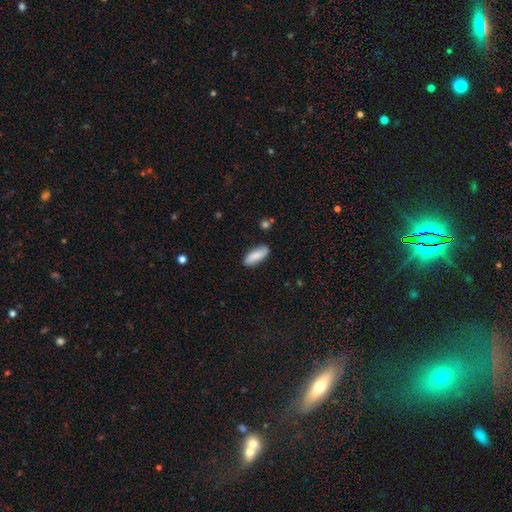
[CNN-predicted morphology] A smooth galaxy with no disk features (84%) that is in between round and cigar-shaped (74%).

Vote fractions:
- Smooth or featured? smooth: 84% / featured or disk: 10% / star or artifact: 6%
- How rounded? in between: 74% / cigar-shaped: 25% / round: 2%
- Merging? none: 82% / minor disturbance: 13% / major disturbance: 2% / merger: 2%